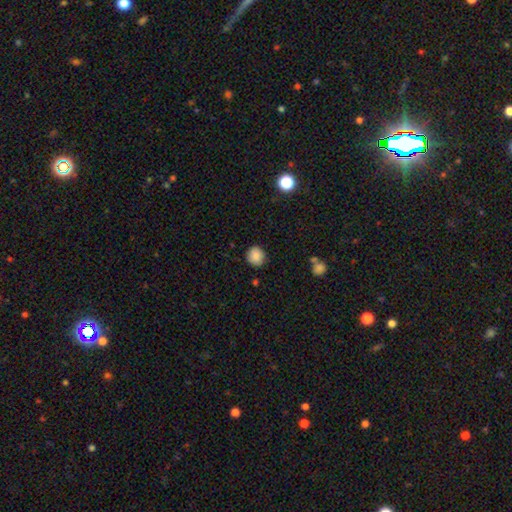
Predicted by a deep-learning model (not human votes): Smooth or featured? smooth (87%)
How rounded? round (81%)
Merging? none (86%)